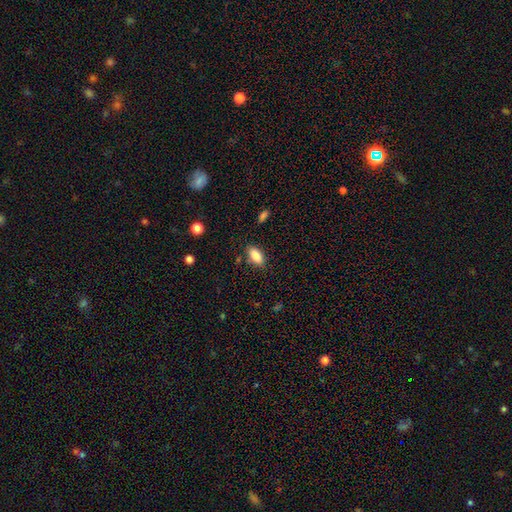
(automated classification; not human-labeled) smooth 84%, featured or disk 8%, star or artifact 8%. Down the decision tree: how rounded — in between (88%); merging — none (84%).